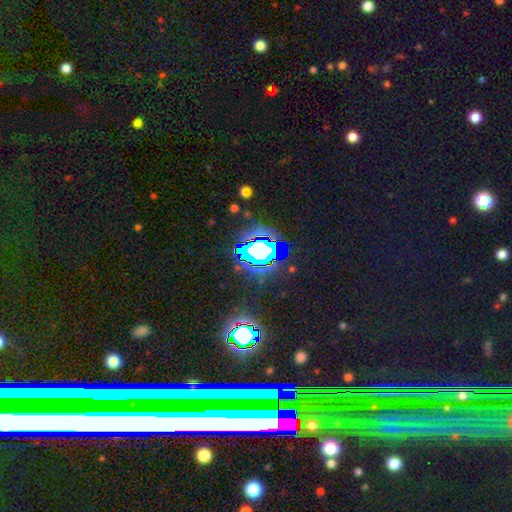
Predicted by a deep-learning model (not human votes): Smooth or featured: star or artifact — 67% (smooth — 17%)